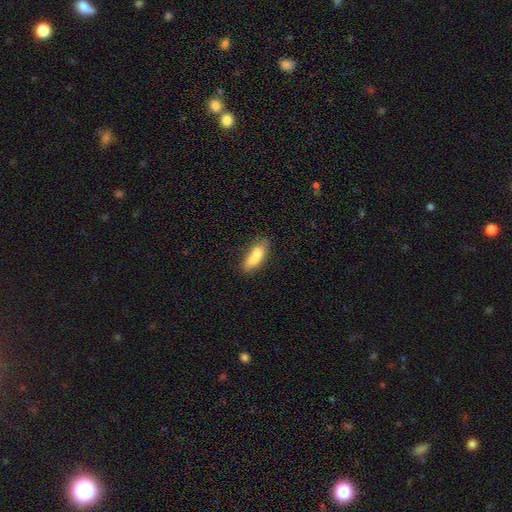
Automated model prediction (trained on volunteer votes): Smooth or featured? smooth (68%)
How rounded? in between (69%)
Merging? none (40%)